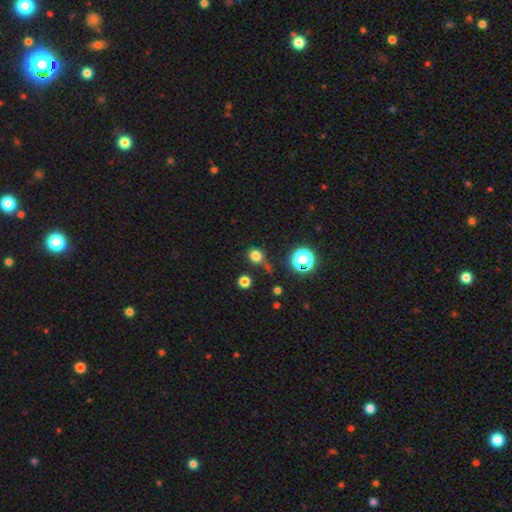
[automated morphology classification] A smooth galaxy with no disk features (76%) that is round (85%). Merging: none (69%).